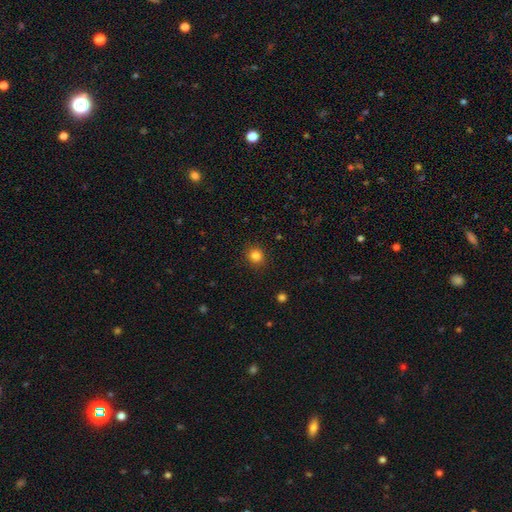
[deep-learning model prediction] Smooth or featured? smooth (83%)
How rounded? round (88%)
Merging? none (90%)